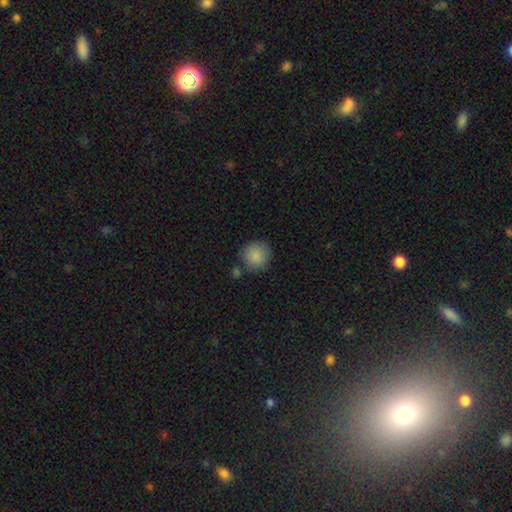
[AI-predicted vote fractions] Overall: smooth (88%). How rounded: round (92%). Merging: none (78%).